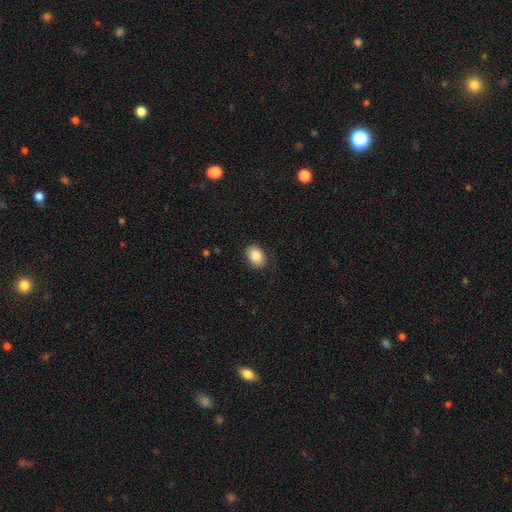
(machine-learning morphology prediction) Overall: smooth (88%). How rounded: in between (76%). Merging: none (85%).